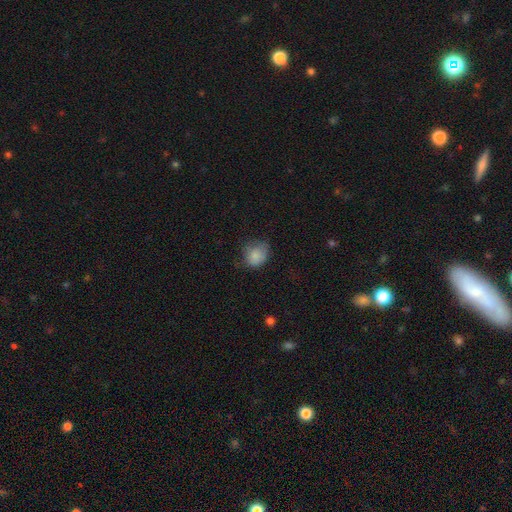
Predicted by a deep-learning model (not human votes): Smooth or featured: smooth — 83% (star or artifact — 9%)
How rounded: round — 61% (in between — 38%)
Merging: none — 53% (minor disturbance — 33%)